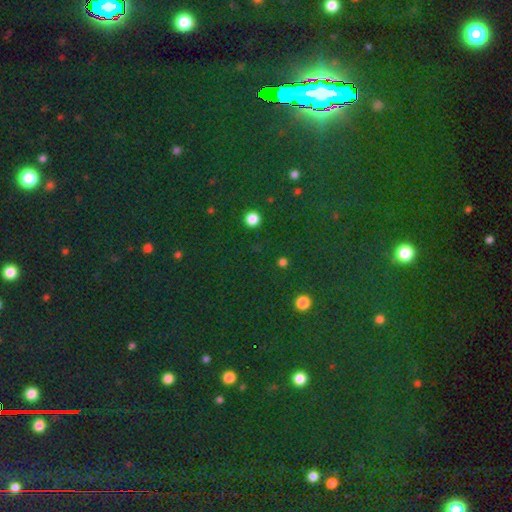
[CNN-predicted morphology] A star or artifact, not a galaxy (76%).

Vote fractions:
- Smooth or featured? star or artifact: 76% / smooth: 14% / featured or disk: 9%